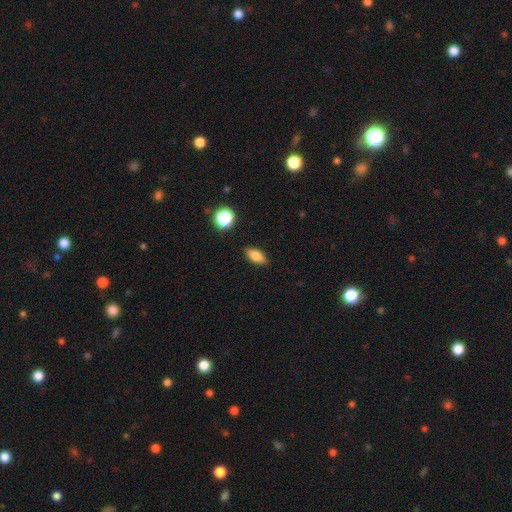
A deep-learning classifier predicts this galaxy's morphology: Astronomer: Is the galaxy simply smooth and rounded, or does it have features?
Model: smooth — 79%.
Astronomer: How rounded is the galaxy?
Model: in between — 82%.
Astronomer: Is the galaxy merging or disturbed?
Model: none — 88%.